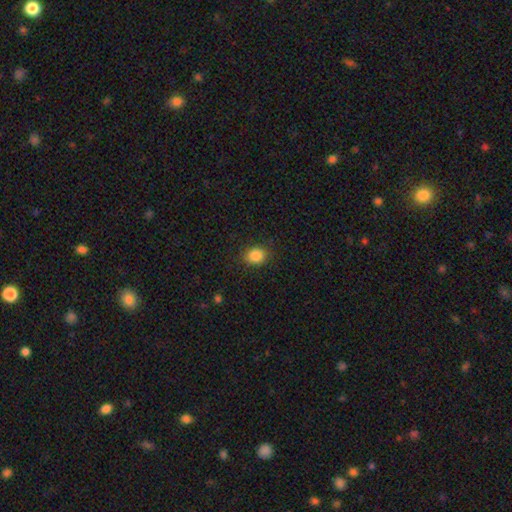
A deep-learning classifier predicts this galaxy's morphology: smooth 86%, star or artifact 10%, featured or disk 4%. Down the decision tree: how rounded — round (61%); merging — none (87%).